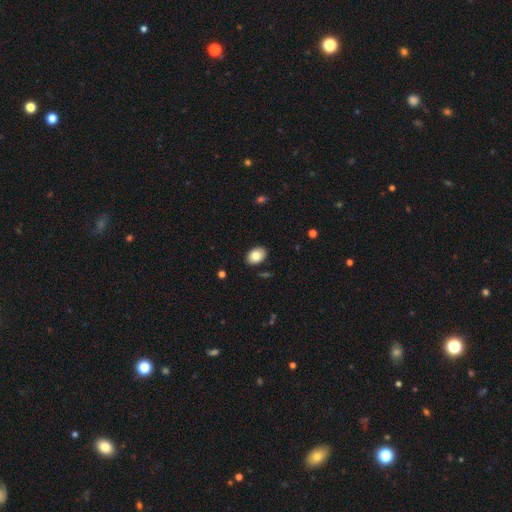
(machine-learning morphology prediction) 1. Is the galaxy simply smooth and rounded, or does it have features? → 82% smooth, 11% featured or disk, 7% star or artifact.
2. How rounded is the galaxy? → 85% in between, 14% round, 1% cigar-shaped.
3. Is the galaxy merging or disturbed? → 89% none, 8% minor disturbance, 2% major disturbance, 1% merger.